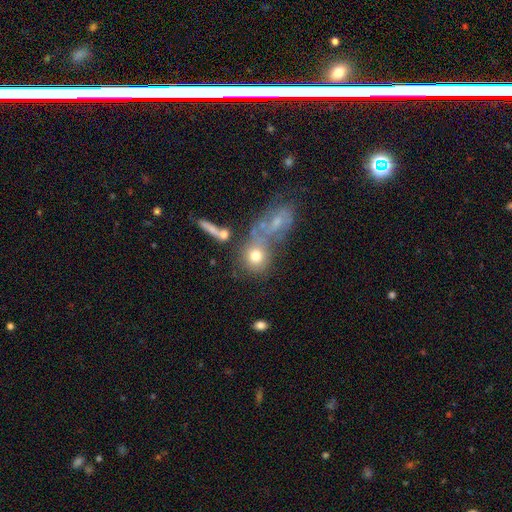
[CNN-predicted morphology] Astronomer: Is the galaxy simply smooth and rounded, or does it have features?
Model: smooth — 69%.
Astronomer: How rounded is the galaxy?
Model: round — 72%.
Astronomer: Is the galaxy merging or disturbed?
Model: none — 41% (runner-up: merger, 37%).